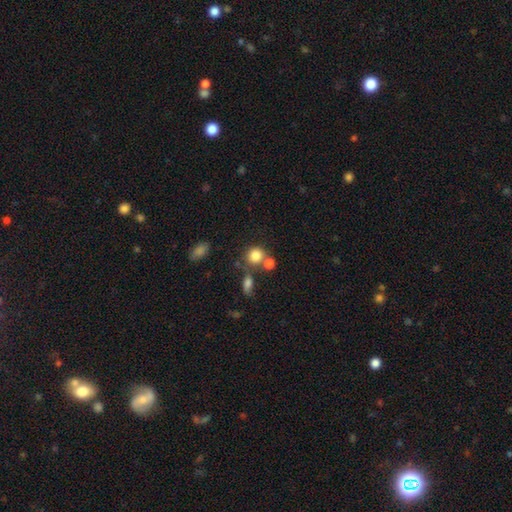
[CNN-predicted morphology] This appears to be a smooth galaxy with no disk features (81%) that is round (80%). Merging: none (56%).